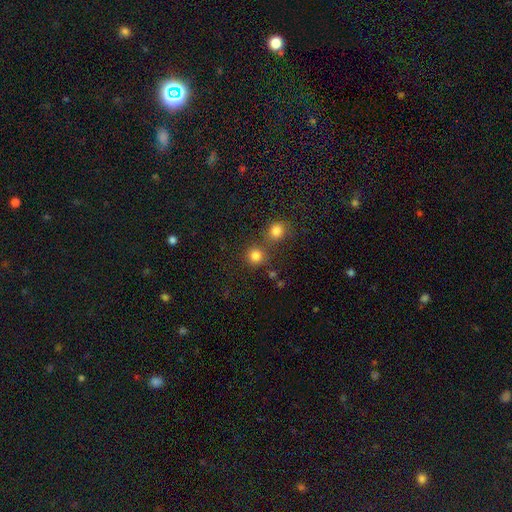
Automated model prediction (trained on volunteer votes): smooth 80%, star or artifact 14%, featured or disk 5%. Down the decision tree: how rounded — round (91%); merging — none (68%).